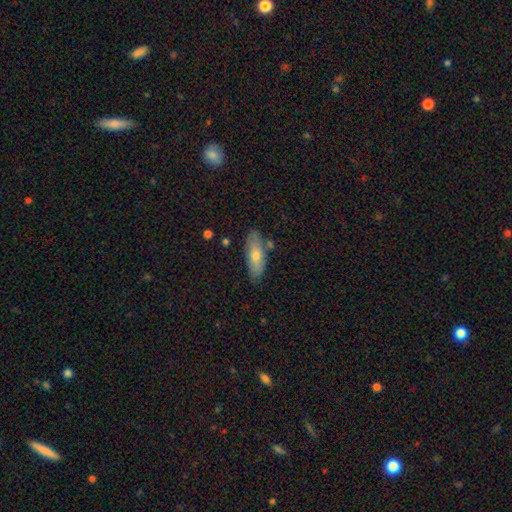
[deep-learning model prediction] Smooth or featured? Predicted: smooth (p=0.67). How rounded? Predicted: in between (p=0.64). Merging? Predicted: none (p=0.81).